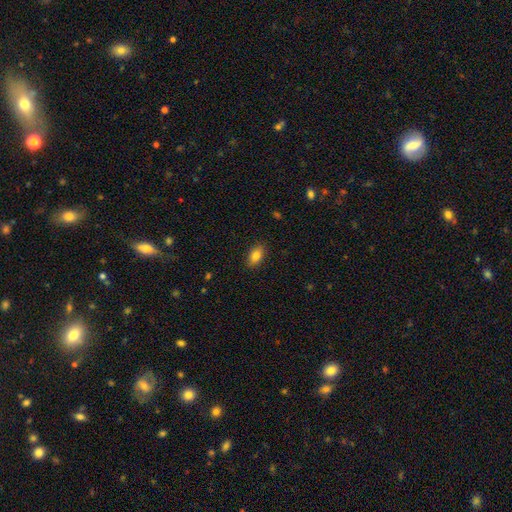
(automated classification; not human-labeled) smooth_or_featured: smooth (p=0.84) [alt: star or artifact p=0.08]
how_rounded: in between (p=0.88) [alt: round p=0.09]
merging: none (p=0.88) [alt: minor disturbance p=0.09]